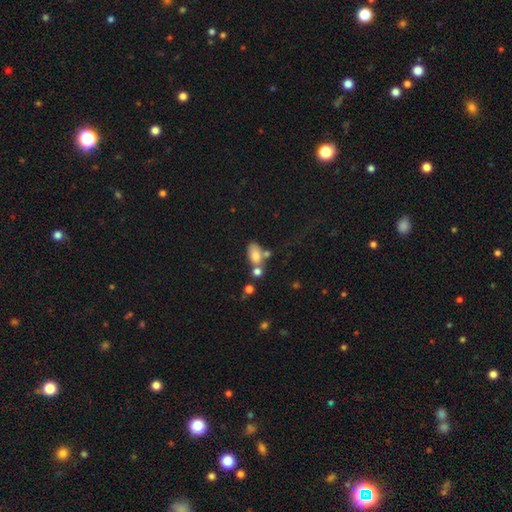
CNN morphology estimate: Smooth or featured: smooth — 74% (featured or disk — 16%)
How rounded: in between — 87% (round — 8%)
Merging: none — 45% (merger — 32%)